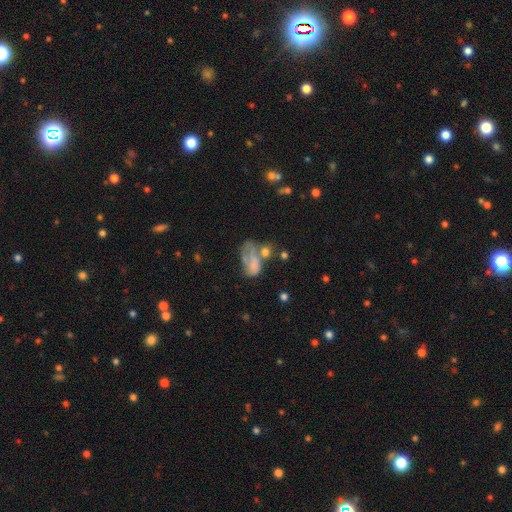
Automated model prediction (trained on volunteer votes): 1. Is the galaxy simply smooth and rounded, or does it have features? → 41% smooth, 39% featured or disk, 20% star or artifact.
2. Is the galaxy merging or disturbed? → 30% major disturbance, 27% none, 25% merger, 19% minor disturbance.